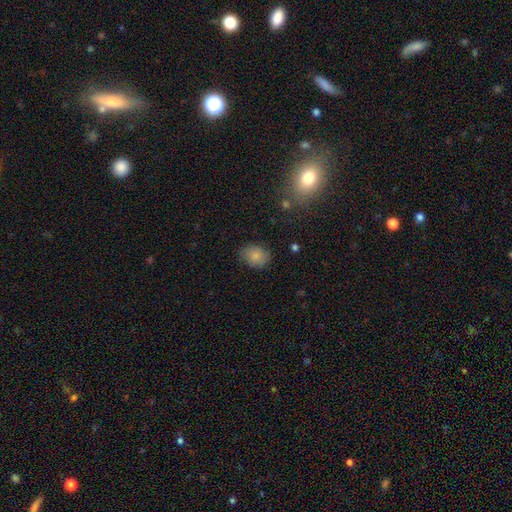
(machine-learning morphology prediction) smooth_or_featured: smooth (p=0.84) [alt: star or artifact p=0.09]
how_rounded: in between (p=0.54) [alt: round p=0.45]
merging: none (p=0.79) [alt: minor disturbance p=0.16]